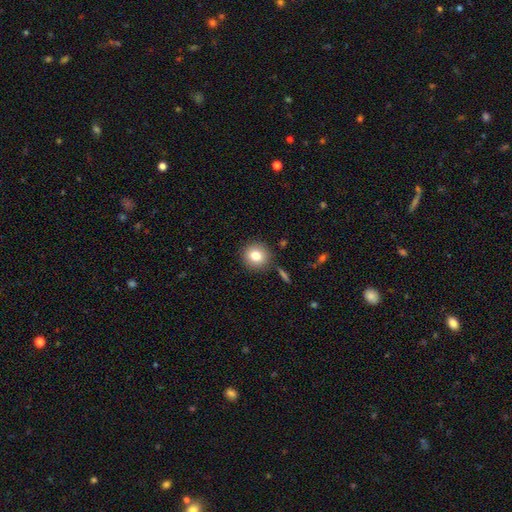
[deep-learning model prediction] Smooth or featured: smooth — 81% (star or artifact — 10%)
How rounded: round — 91% (in between — 8%)
Merging: none — 87% (minor disturbance — 8%)